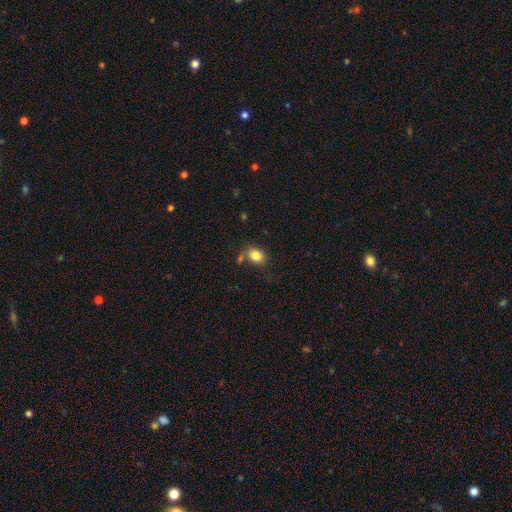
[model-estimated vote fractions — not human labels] Smooth or featured? smooth (82%)
How rounded? round (51%)
Merging? none (66%)